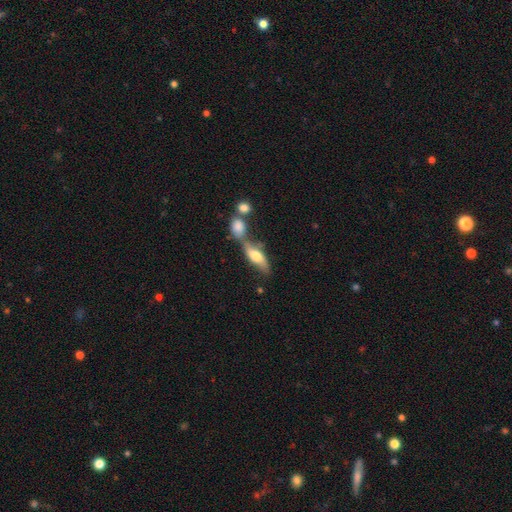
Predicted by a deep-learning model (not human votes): This appears to be a smooth galaxy with no disk features (53%) that is in between round and cigar-shaped (65%). Merging: merger (42%).